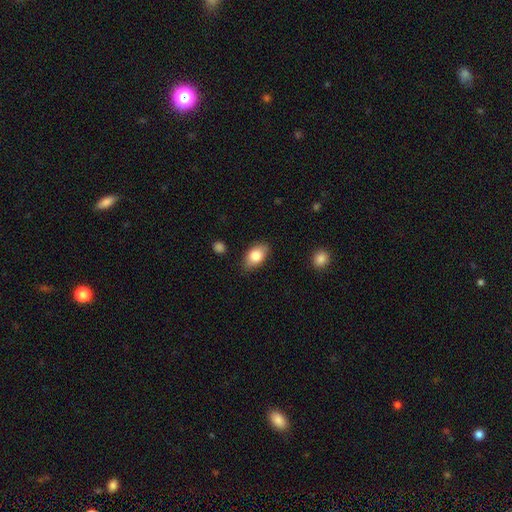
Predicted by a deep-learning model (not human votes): Morphology: type=smooth (81%); roundness=in between (90%); merging=none (82%).